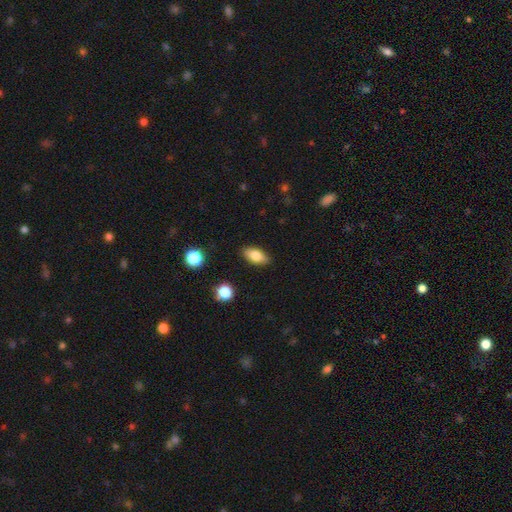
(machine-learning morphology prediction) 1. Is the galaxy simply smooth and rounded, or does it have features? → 80% smooth, 12% featured or disk, 8% star or artifact.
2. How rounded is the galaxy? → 88% in between, 6% cigar-shaped, 5% round.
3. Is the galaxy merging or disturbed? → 86% none, 11% minor disturbance, 2% major disturbance, 1% merger.